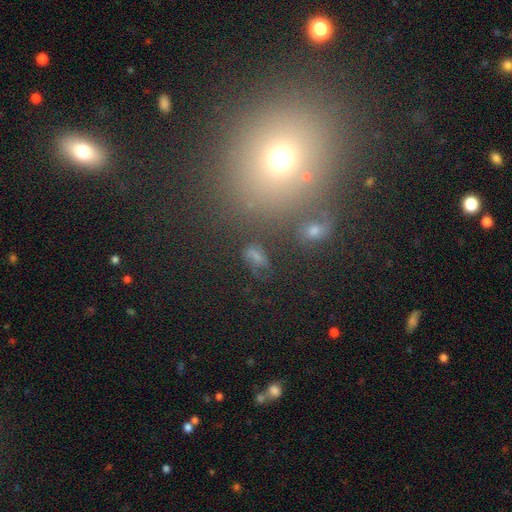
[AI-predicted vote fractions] smooth 50%, star or artifact 28%, featured or disk 21%. Down the decision tree: how rounded — in between (75%); merging — none (60%).